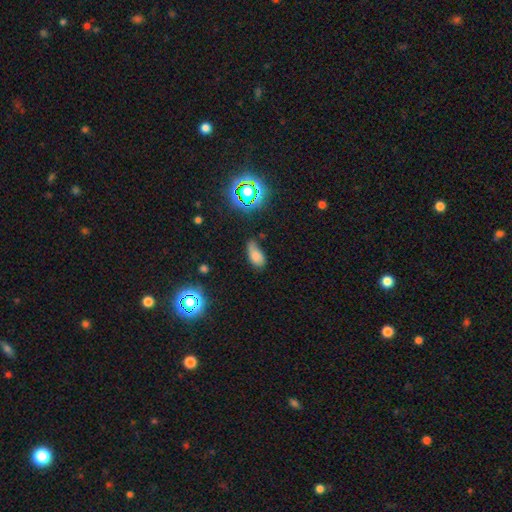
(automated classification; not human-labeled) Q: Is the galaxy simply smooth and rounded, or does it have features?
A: smooth — 71%.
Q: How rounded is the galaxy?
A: in between — 88%.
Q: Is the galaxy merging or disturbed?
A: none — 41%.